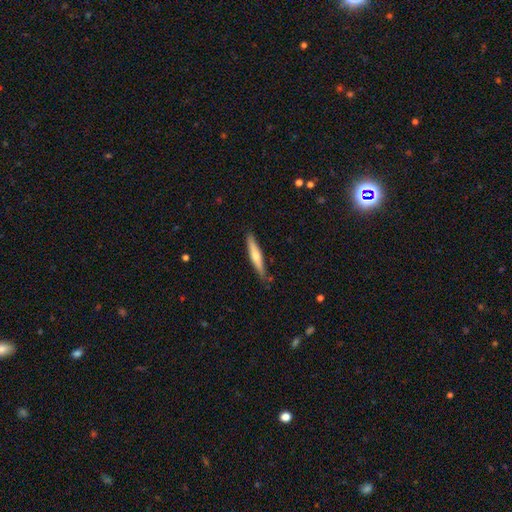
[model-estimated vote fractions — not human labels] This is possibly a smooth galaxy (53%). How rounded: clearly cigar-shaped (89%). Merging: clearly none (83%).